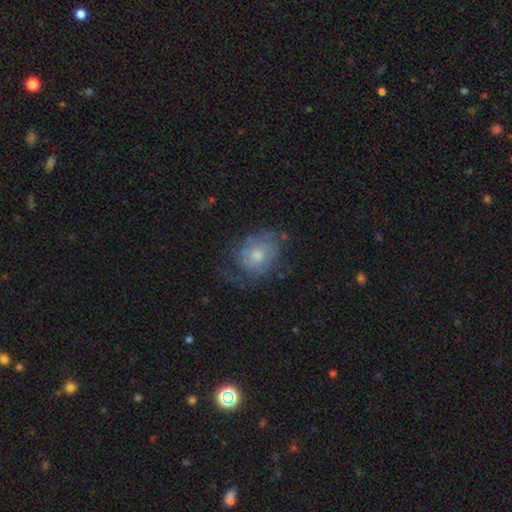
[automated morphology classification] smooth_or_featured: smooth (p=0.46) [tied with: featured or disk p=0.46]
merging: none (p=0.47) [alt: minor disturbance p=0.27]